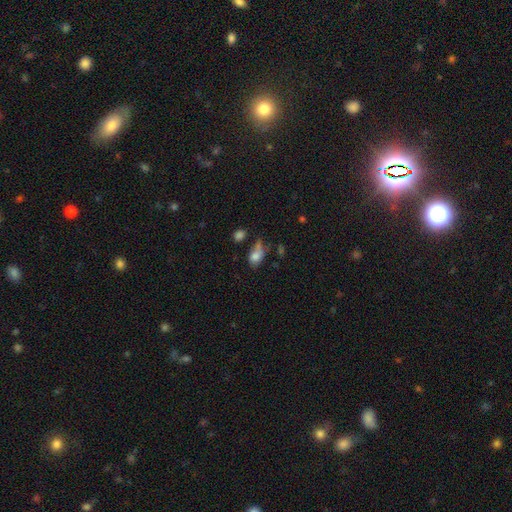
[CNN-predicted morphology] A smooth galaxy with no disk features (74%) that is in between round and cigar-shaped (79%).

Vote fractions:
- Smooth or featured? smooth: 74% / featured or disk: 14% / star or artifact: 12%
- How rounded? in between: 79% / round: 18% / cigar-shaped: 3%
- Merging? none: 31% / minor disturbance: 28% / major disturbance: 22% / merger: 19%